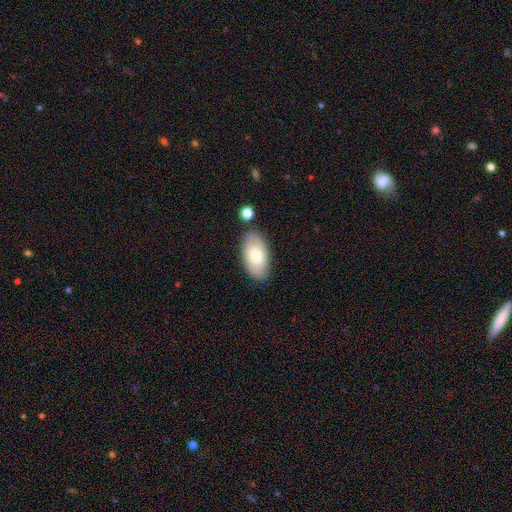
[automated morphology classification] smooth 74%, featured or disk 20%, star or artifact 6%. Down the decision tree: how rounded — in between (94%); merging — none (80%).